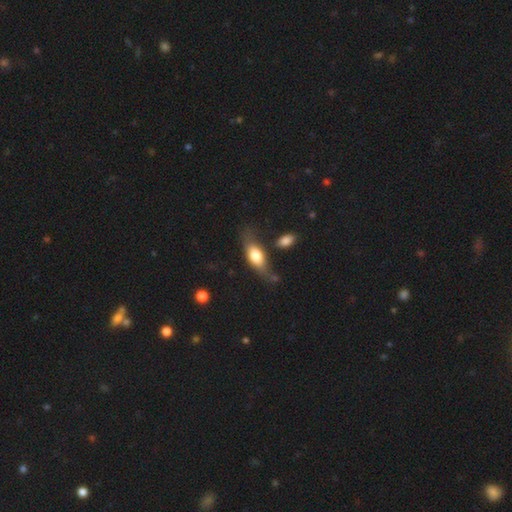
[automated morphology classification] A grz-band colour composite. It shows a smooth galaxy with no disk features (65%) that is in between round and cigar-shaped (75%). Merging: none (51%).